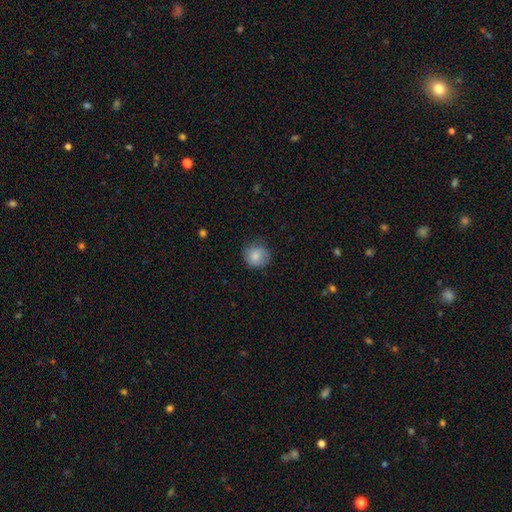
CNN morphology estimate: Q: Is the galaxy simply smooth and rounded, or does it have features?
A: smooth — 82%.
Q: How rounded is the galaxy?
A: round — 89%.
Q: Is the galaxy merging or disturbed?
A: none — 76%.